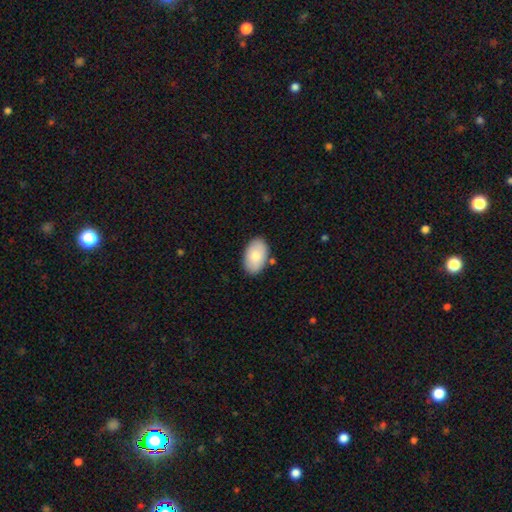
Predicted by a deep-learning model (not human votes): Overall: smooth (80%). How rounded: in between (93%). Merging: none (84%).